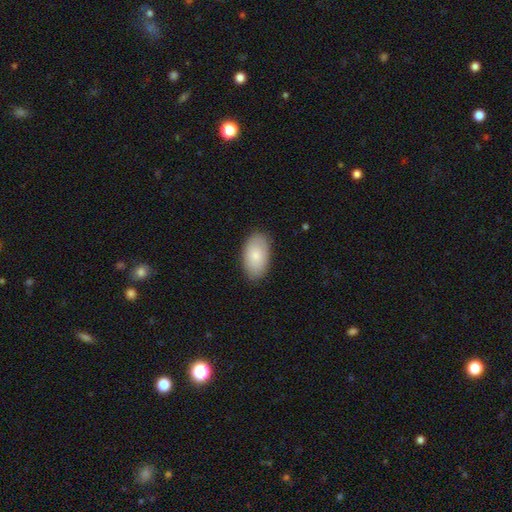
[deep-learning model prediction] Smooth or featured? smooth (84%)
How rounded? in between (95%)
Merging? none (86%)